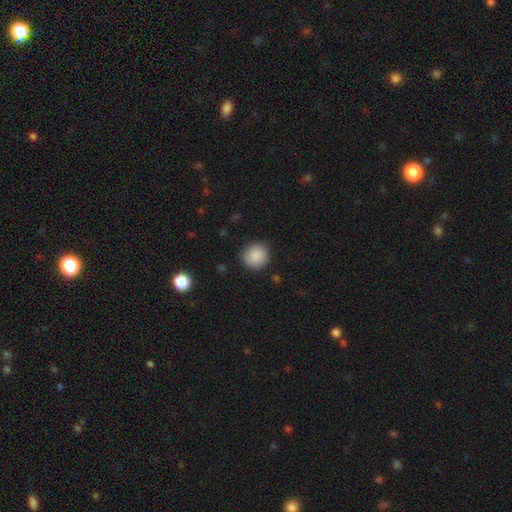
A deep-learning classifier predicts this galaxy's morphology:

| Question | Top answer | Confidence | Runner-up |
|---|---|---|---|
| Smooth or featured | smooth | 88% | star or artifact (8%) |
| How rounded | round | 93% | in between (6%) |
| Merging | none | 89% | minor disturbance (8%) |